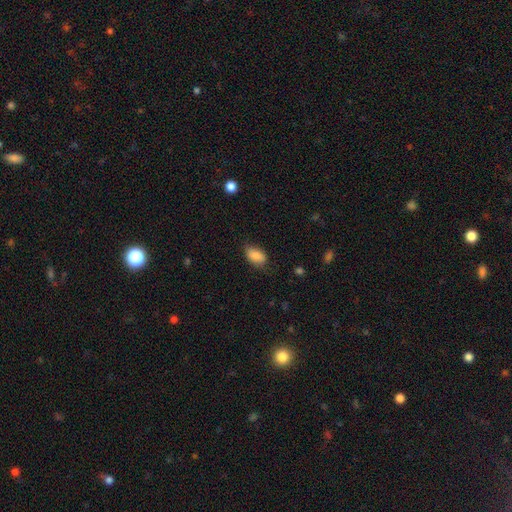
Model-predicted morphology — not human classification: Smooth or featured? smooth (85%)
How rounded? in between (90%)
Merging? none (68%)